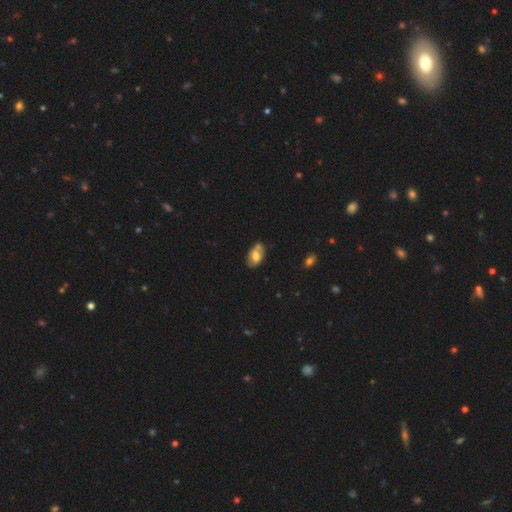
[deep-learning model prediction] Morphology: type=smooth (59%); roundness=in between (91%); merging=none (57%).